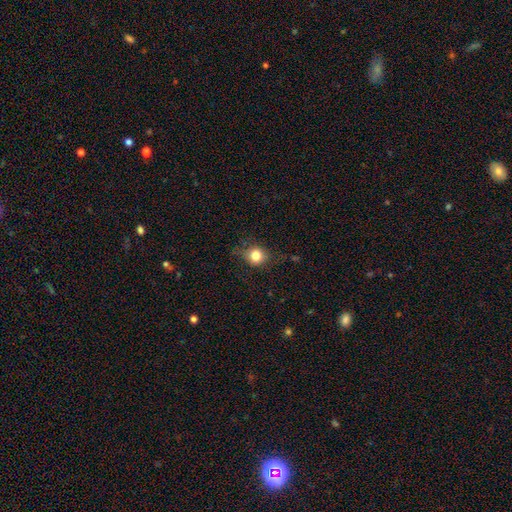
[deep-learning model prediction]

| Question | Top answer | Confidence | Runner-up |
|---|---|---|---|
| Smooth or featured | smooth | 78% | star or artifact (11%) |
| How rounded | round | 78% | in between (21%) |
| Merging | none | 73% | minor disturbance (19%) |